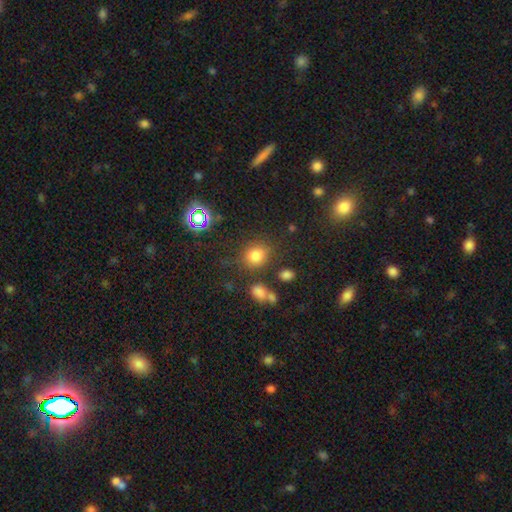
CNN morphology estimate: This is likely a smooth galaxy (76%). How rounded: likely round (68%). Merging: likely none (74%).